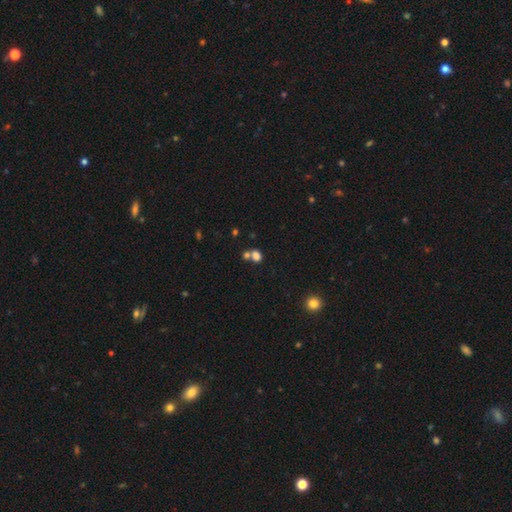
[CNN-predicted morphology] type=smooth (76%); roundness=round (50%); merging=none (45%).